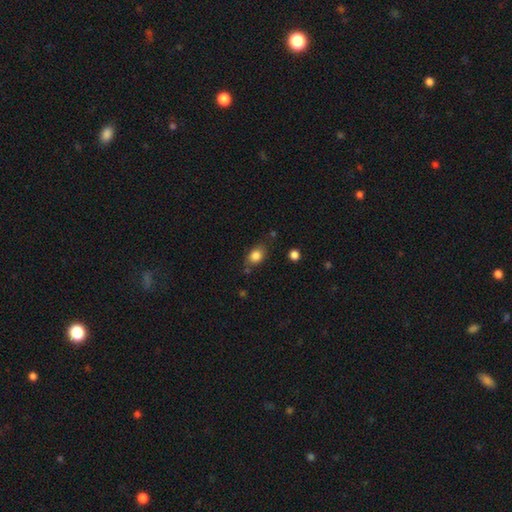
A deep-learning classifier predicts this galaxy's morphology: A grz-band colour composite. It shows a smooth galaxy with no disk features (83%) that is in between round and cigar-shaped (68%). Merging: none (68%).